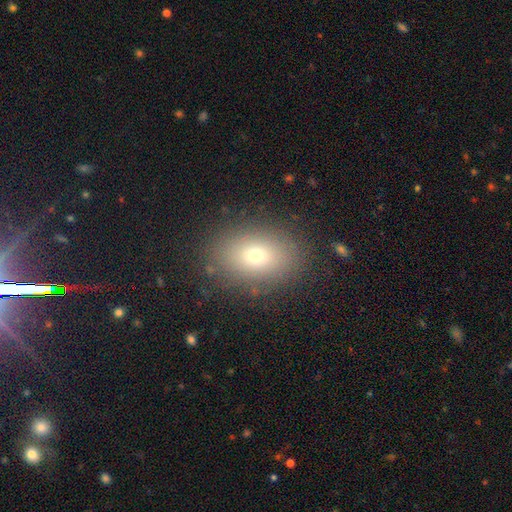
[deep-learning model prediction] smooth_or_featured: smooth (p=0.70) [alt: star or artifact p=0.15]
how_rounded: in between (p=0.74) [alt: round p=0.24]
merging: none (p=0.85) [alt: minor disturbance p=0.09]